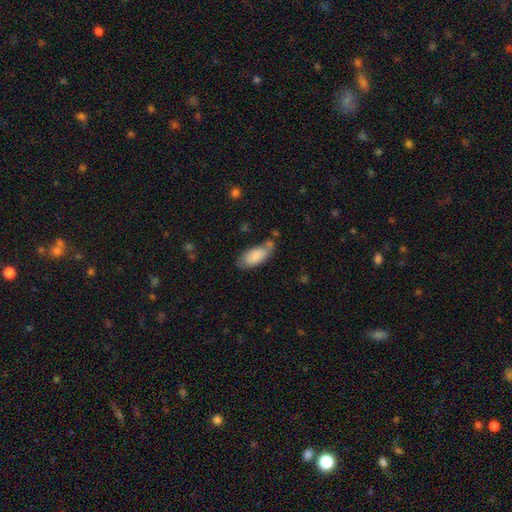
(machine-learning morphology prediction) smooth-or-featured: smooth: 82% | featured or disk: 12% | star or artifact: 6%
  how-rounded: in between: 89% | cigar-shaped: 9% | round: 2%
  merging: none: 53% | minor disturbance: 28% | merger: 11% | major disturbance: 8%